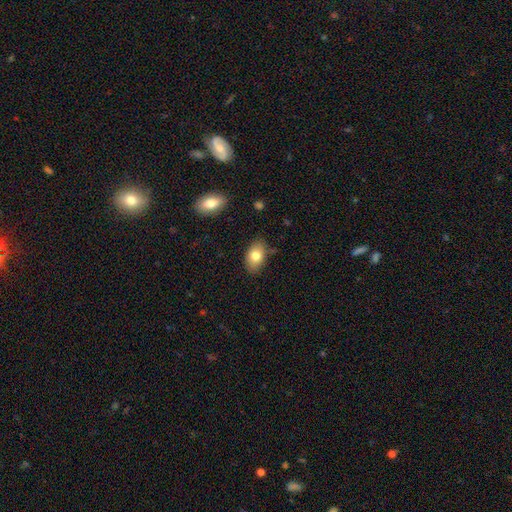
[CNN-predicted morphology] Smooth or featured? Predicted: smooth (p=0.77). How rounded? Predicted: in between (p=0.90). Merging? Predicted: none (p=0.83).